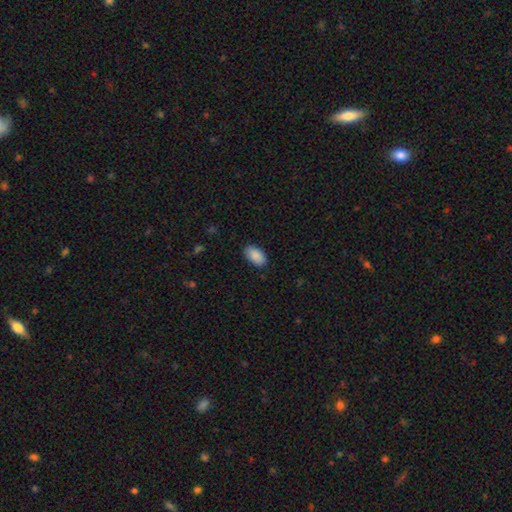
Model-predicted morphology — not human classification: Smooth or featured? Predicted: smooth (p=0.90). How rounded? Predicted: in between (p=0.95). Merging? Predicted: none (p=0.87).